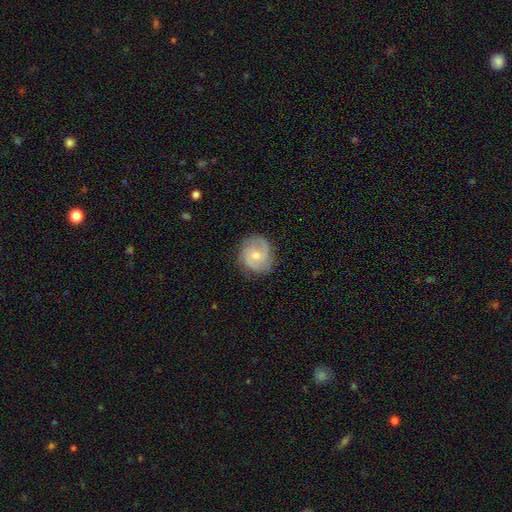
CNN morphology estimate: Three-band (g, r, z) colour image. It shows a featured or disk galaxy (78%) with no bar (67%), 2 (42%) tight (46%) spiral arms (96%) and a small central bulge (51%). Merging: none (80%).